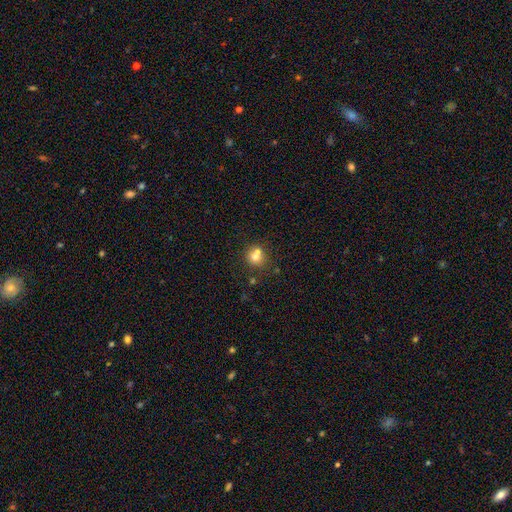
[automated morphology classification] Overall: smooth (70%). How rounded: round (86%). Merging: none (47%; merger 42%).